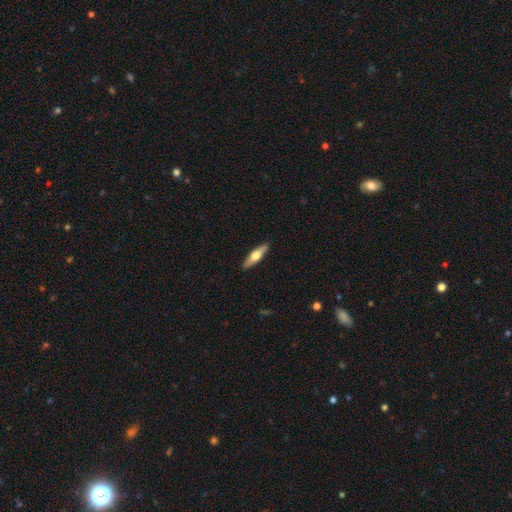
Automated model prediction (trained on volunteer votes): Smooth or featured: featured or disk — 48% (smooth — 47%)
Merging: none — 91% (minor disturbance — 6%)